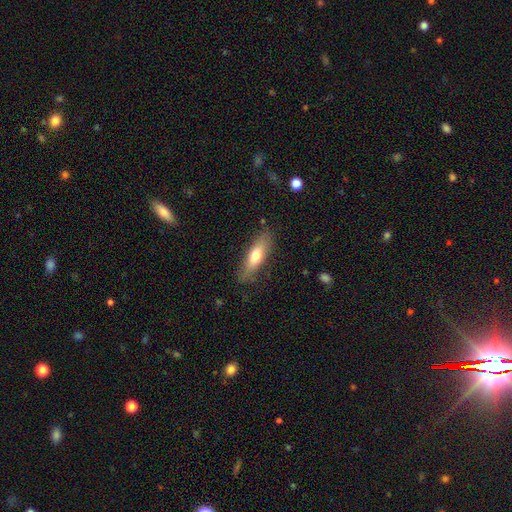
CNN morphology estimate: type=smooth (68%); roundness=cigar-shaped (52%); merging=none (80%).